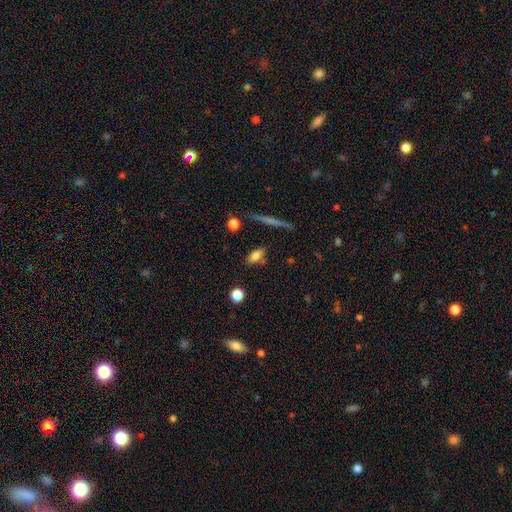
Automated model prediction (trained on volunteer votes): Q: Smooth or featured?
A: smooth (77%); runner-up: featured or disk (13%)
Q: How rounded?
A: in between (76%); runner-up: cigar-shaped (18%)
Q: Merging?
A: none (74%); runner-up: minor disturbance (15%)